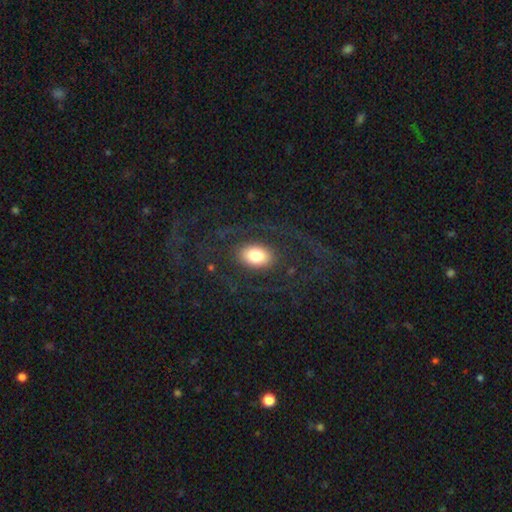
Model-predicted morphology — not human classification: Overall: smooth (51%; featured or disk 40%). How rounded: in between (85%). Merging: none (74%).